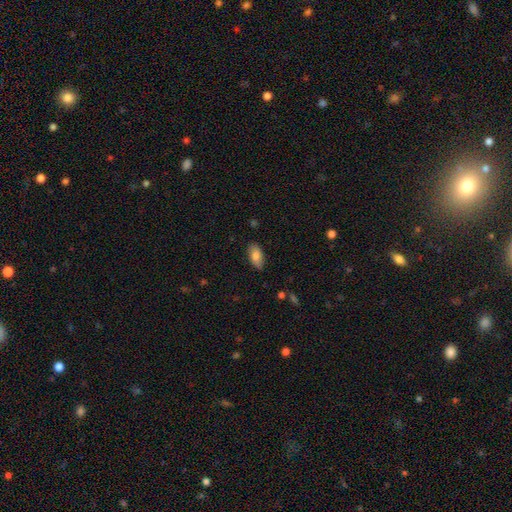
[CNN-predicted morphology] Overall: smooth (81%). How rounded: in between (93%). Merging: none (83%).